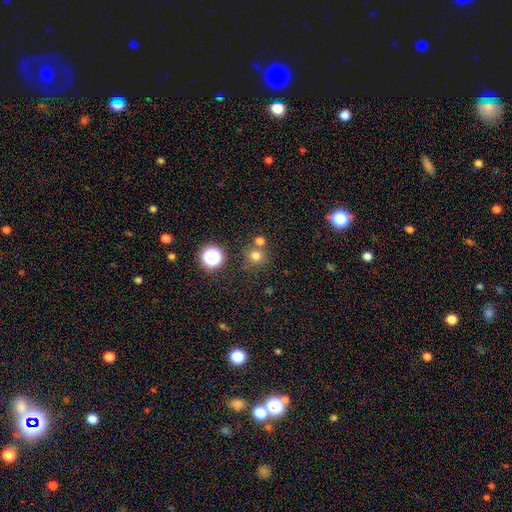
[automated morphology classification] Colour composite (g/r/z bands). It shows a smooth galaxy with no disk features (72%) that is round (87%). Merging: none (67%).